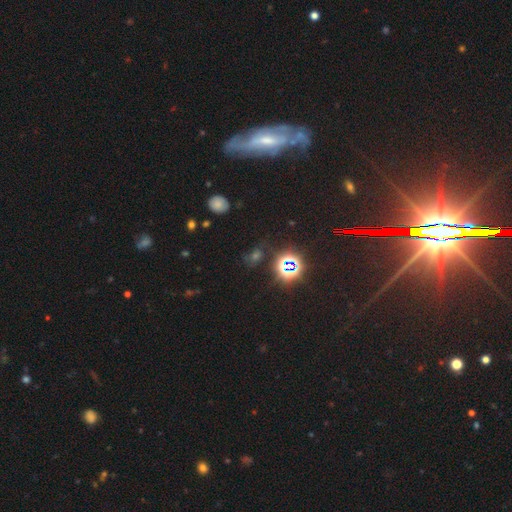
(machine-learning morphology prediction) Smooth or featured: star or artifact — 65% (smooth — 24%)